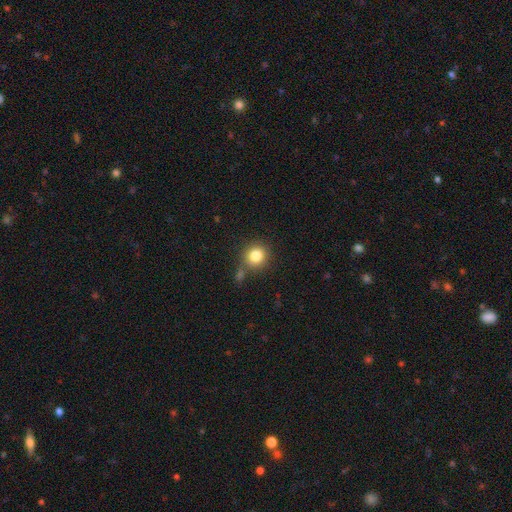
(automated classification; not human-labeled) smooth 82%, star or artifact 11%, featured or disk 7%. Down the decision tree: how rounded — round (88%); merging — none (73%).